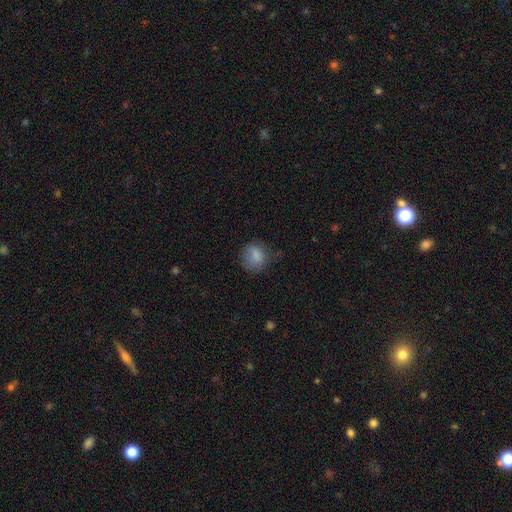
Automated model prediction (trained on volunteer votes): Smooth or featured: smooth — 81% (star or artifact — 10%)
How rounded: round — 74% (in between — 25%)
Merging: none — 58% (minor disturbance — 28%)